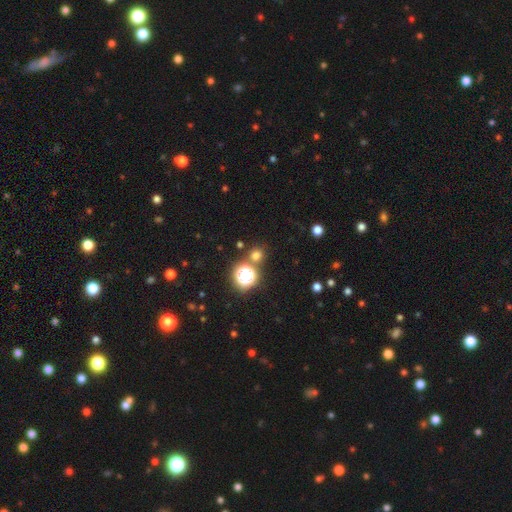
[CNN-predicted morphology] A smooth galaxy with no disk features (66%) that is round (90%). Merging: none (80%).